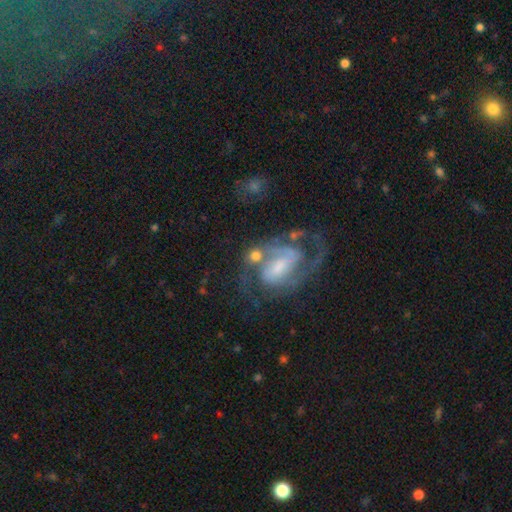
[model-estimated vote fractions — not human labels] Q: Smooth or featured?
A: featured or disk (74%); runner-up: smooth (17%)
Q: Edge-on disk?
A: no (97%); runner-up: yes (3%)
Q: Bar?
A: weak (44%); runner-up: no (35%)
Q: Spiral arms?
A: yes (91%); runner-up: no (9%)
Q: Spiral winding?
A: medium (50%); runner-up: tight (32%)
Q: Spiral arm count?
A: 2 (64%); runner-up: can't tell (13%)
Q: Bulge size?
A: small (38%); runner-up: moderate (31%)
Q: Merging?
A: none (52%); runner-up: minor disturbance (19%)